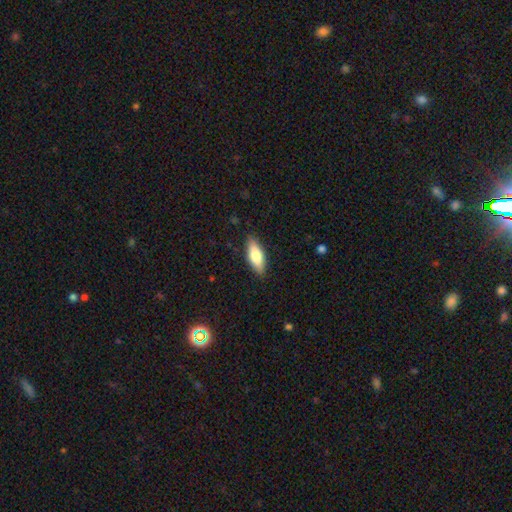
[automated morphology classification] This is likely a smooth galaxy (73%). How rounded: likely in between (68%). Merging: clearly none (87%).